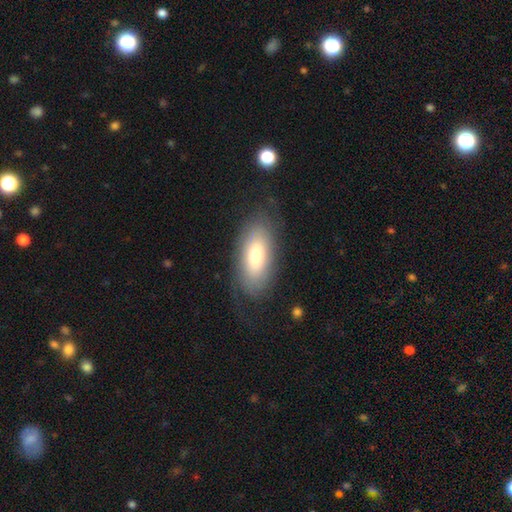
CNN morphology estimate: Overall: smooth (63%; featured or disk 30%). How rounded: in between (86%). Merging: none (73%).